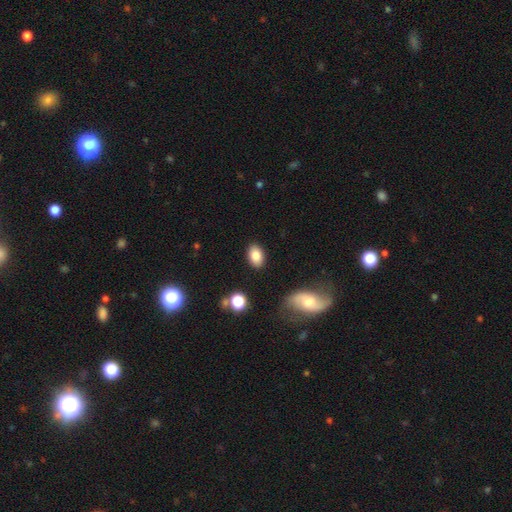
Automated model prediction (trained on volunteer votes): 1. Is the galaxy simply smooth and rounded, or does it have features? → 84% smooth, 8% star or artifact, 7% featured or disk.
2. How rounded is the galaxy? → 86% in between, 12% round, 1% cigar-shaped.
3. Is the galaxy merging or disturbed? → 86% none, 9% minor disturbance, 3% major disturbance, 2% merger.